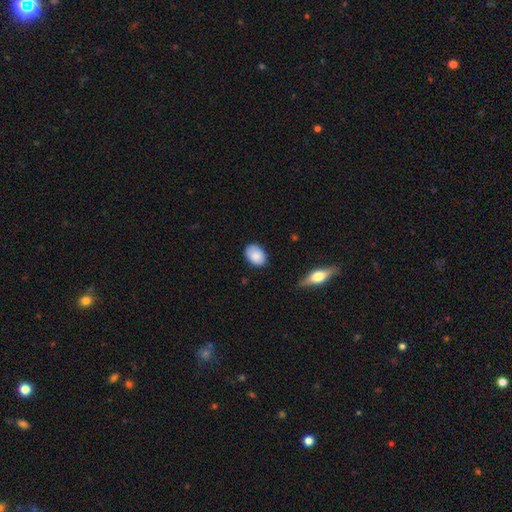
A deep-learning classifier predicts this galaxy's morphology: The model was most divided on "merging": none: 79%, minor disturbance: 17%, major disturbance: 3%, merger: 1%. More confident: smooth or featured — smooth (86%); how rounded — in between (81%).